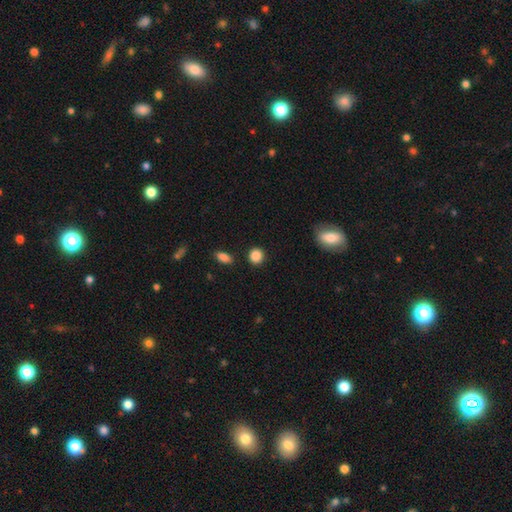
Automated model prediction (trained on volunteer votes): Smooth or featured: smooth — 87% (star or artifact — 9%)
How rounded: round — 85% (in between — 13%)
Merging: none — 88% (minor disturbance — 7%)